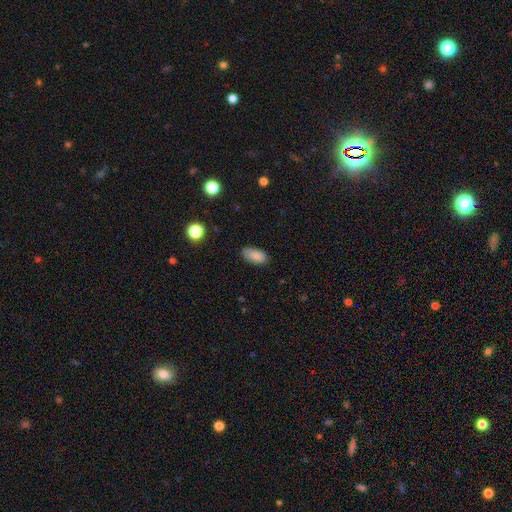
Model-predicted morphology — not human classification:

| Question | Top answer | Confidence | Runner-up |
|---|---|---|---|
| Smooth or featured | smooth | 86% | star or artifact (8%) |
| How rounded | in between | 93% | round (3%) |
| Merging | none | 81% | minor disturbance (15%) |